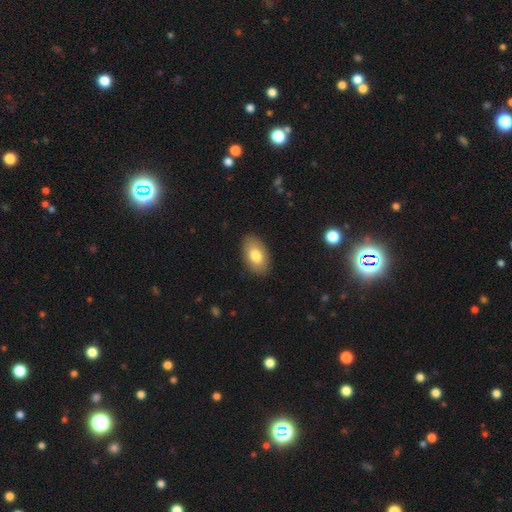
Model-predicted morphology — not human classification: Q: Smooth or featured?
A: smooth (78%); runner-up: featured or disk (15%)
Q: How rounded?
A: in between (92%); runner-up: round (6%)
Q: Merging?
A: none (87%); runner-up: minor disturbance (10%)